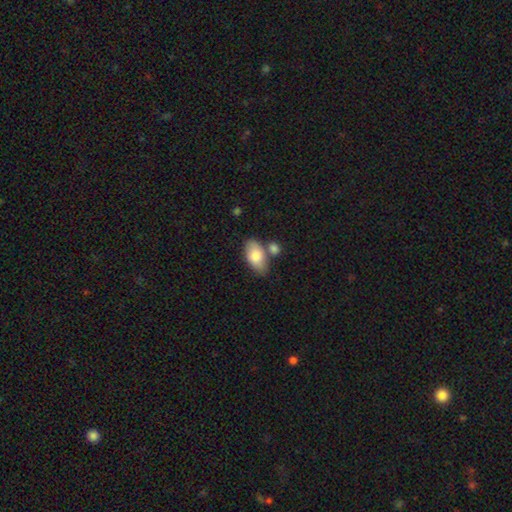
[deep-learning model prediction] Q: Smooth or featured?
A: smooth (78%); runner-up: featured or disk (16%)
Q: How rounded?
A: in between (92%); runner-up: round (5%)
Q: Merging?
A: none (60%); runner-up: merger (20%)